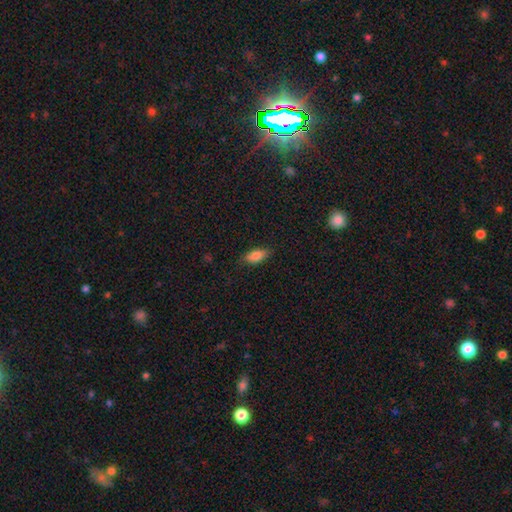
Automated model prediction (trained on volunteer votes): Smooth or featured? Predicted: smooth (p=0.83). How rounded? Predicted: in between (p=0.86). Merging? Predicted: none (p=0.82).